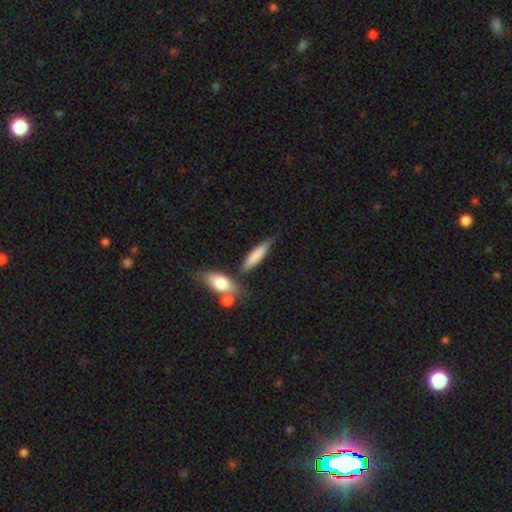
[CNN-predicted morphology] smooth_or_featured: smooth (p=0.77) [alt: featured or disk p=0.17]
how_rounded: cigar-shaped (p=0.76) [alt: in between p=0.22]
merging: none (p=0.66) [alt: minor disturbance p=0.17]